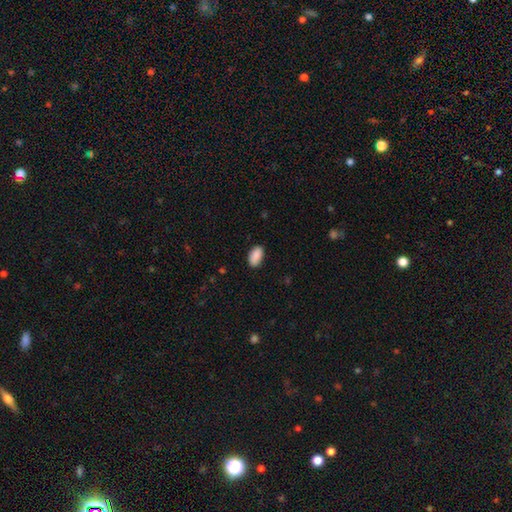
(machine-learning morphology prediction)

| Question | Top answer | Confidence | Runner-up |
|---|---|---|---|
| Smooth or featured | smooth | 90% | star or artifact (7%) |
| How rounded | in between | 94% | round (3%) |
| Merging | none | 84% | minor disturbance (13%) |